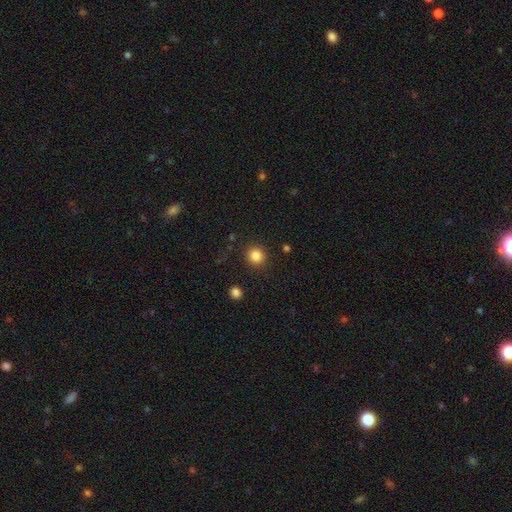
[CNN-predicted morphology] type=smooth (84%); roundness=round (92%); merging=none (90%).